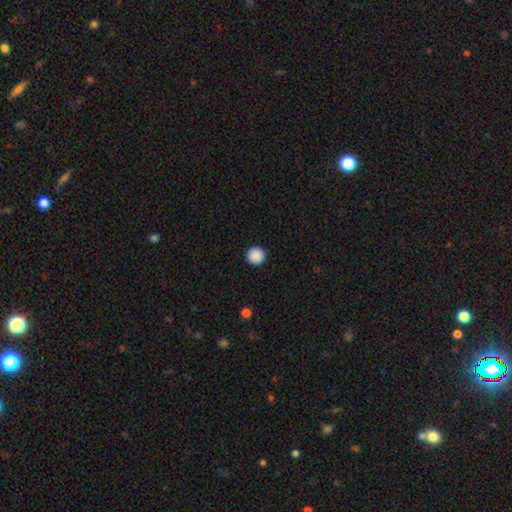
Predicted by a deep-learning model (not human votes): Smooth or featured?
  - smooth: 89% *
  - star or artifact: 9%
  - featured or disk: 2%
How rounded?
  - round: 96% *
  - in between: 3%
  - cigar-shaped: 1%
Merging?
  - none: 93% *
  - minor disturbance: 4%
  - major disturbance: 2%
  - merger: 1%